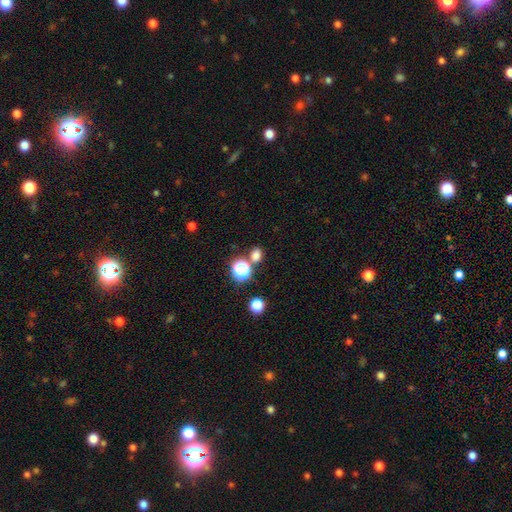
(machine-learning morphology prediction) type=smooth (73%); roundness=round (56%); merging=none (69%).